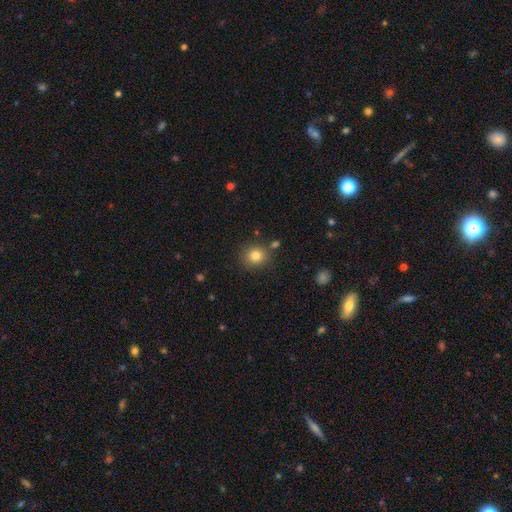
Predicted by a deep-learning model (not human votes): smooth 82%, star or artifact 12%, featured or disk 6%. Down the decision tree: how rounded — round (83%); merging — none (82%).